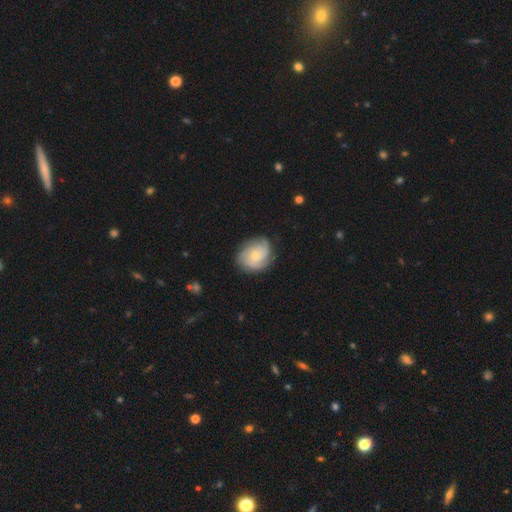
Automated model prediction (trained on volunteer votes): This is likely a featured or disk galaxy (64%). It is clearly not viewed edge-on (98%). Bar: likely no (80%). Spiral arm pattern: clearly yes (92%). Spiral arm count: marginally 3 (33%). Spiral winding: possibly tight (58%). Central bulge: likely small (61%). Merging: likely none (77%).